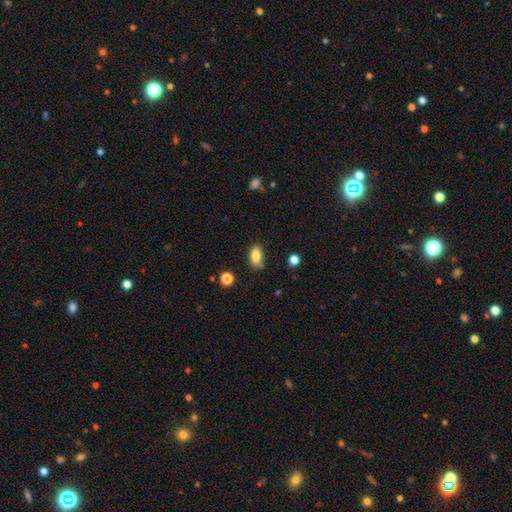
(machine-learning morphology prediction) Smooth or featured? Predicted: smooth (p=0.83). How rounded? Predicted: in between (p=0.89). Merging? Predicted: none (p=0.68).